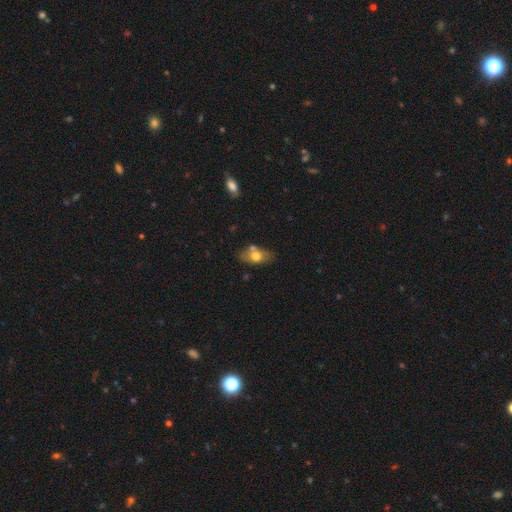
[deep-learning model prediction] The model was most divided on "smooth or featured": smooth: 66%, featured or disk: 26%, star or artifact: 8%. More confident: how rounded — in between (83%); merging — none (60%).